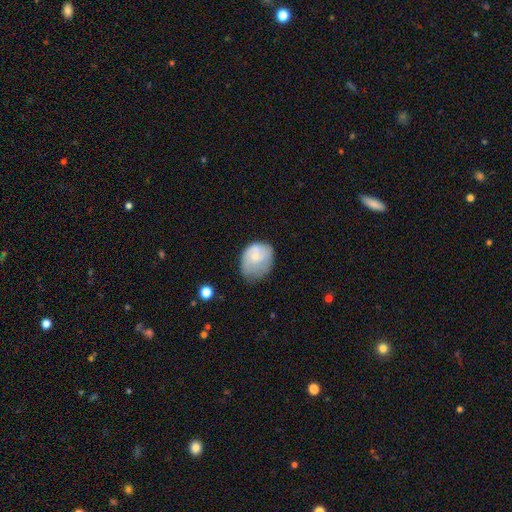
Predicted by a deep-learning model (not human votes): smooth_or_featured: smooth (p=0.58) [alt: featured or disk p=0.35]
how_rounded: in between (p=0.54) [alt: round p=0.45]
merging: none (p=0.45) [alt: minor disturbance p=0.37]